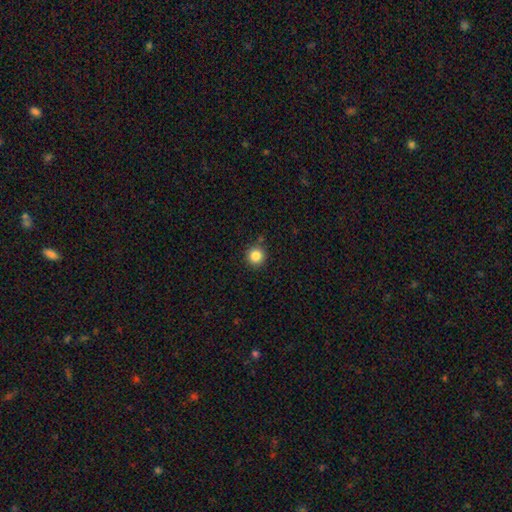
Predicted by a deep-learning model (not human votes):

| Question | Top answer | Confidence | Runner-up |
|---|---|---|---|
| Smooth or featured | smooth | 85% | star or artifact (11%) |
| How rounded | round | 95% | in between (4%) |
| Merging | none | 87% | minor disturbance (8%) |